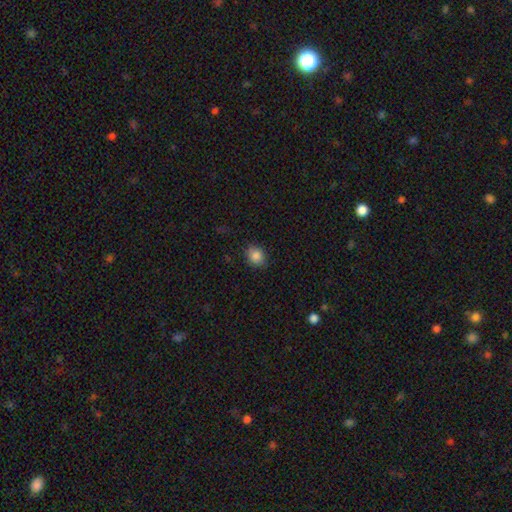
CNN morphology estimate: smooth_or_featured: smooth (p=0.86) [alt: star or artifact p=0.10]
how_rounded: round (p=0.65) [alt: in between p=0.34]
merging: none (p=0.85) [alt: minor disturbance p=0.11]